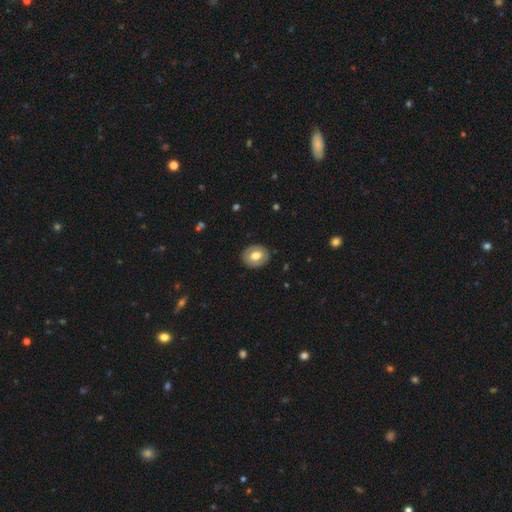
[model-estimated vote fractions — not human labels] Smooth or featured: smooth — 64% (featured or disk — 29%)
How rounded: round — 57% (in between — 42%)
Merging: none — 87% (minor disturbance — 9%)